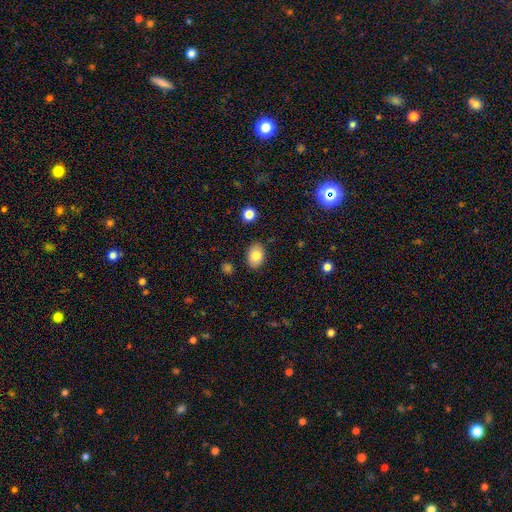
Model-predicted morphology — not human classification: This appears to be a smooth galaxy with no disk features (82%) that is in between round and cigar-shaped (80%). Merging: none (86%).